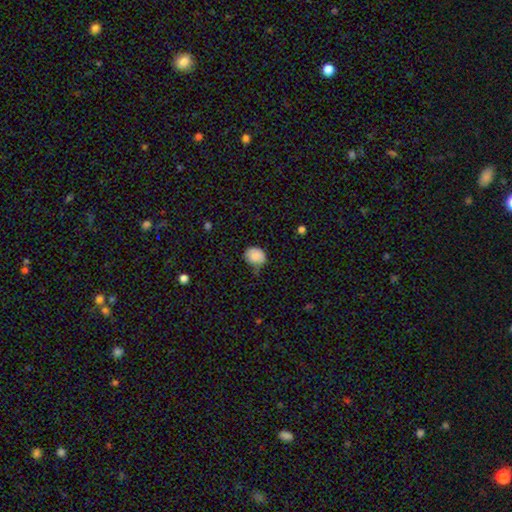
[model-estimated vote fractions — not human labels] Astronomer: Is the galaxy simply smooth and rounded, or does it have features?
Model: smooth — 81%.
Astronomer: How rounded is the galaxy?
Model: round — 56% (runner-up: in between, 43%).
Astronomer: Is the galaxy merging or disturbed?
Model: none — 46% (runner-up: minor disturbance, 41%).